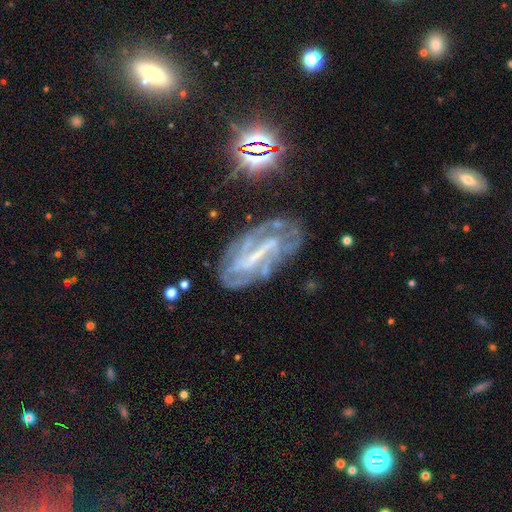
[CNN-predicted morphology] Smooth or featured? Predicted: featured or disk (p=0.77). Edge-on disk? Predicted: no (p=0.92). Bar? Predicted: strong (p=0.49). Spiral arms? Predicted: yes (p=0.72). Spiral winding? Predicted: tight (p=0.46). Spiral arm count? Predicted: can't tell (p=0.50). Bulge size? Predicted: none (p=0.43). Merging? Predicted: none (p=0.58).